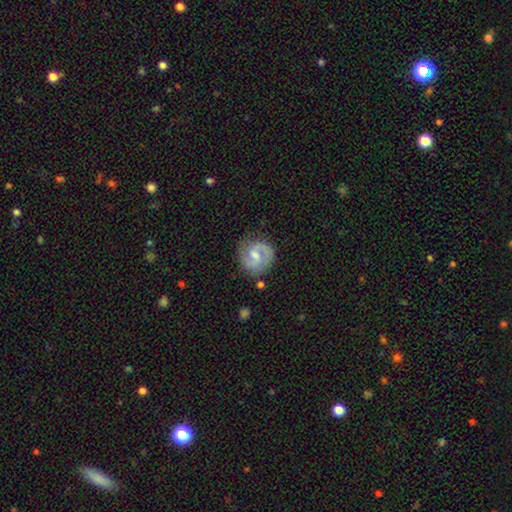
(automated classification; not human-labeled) Smooth or featured? featured or disk (73%)
Edge-on disk? no (98%)
Bar? weak (60%)
Spiral arms? yes (92%)
Spiral winding? medium (52%)
Spiral arm count? 2 (82%)
Bulge size? moderate (46%)
Merging? none (72%)